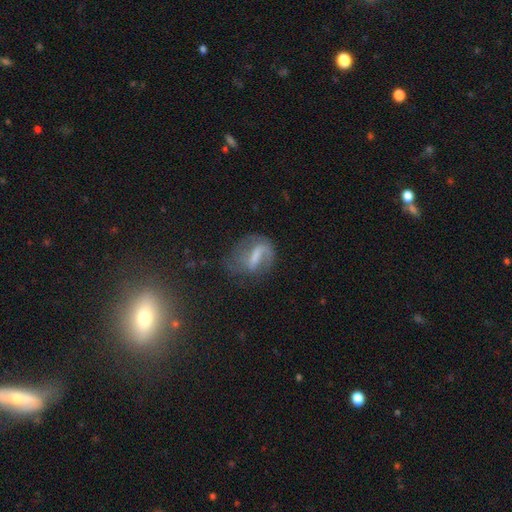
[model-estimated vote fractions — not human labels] Smooth or featured? featured or disk (57%)
Edge-on disk? no (92%)
Bar? strong (51%)
Spiral arms? yes (67%)
Bulge size? none (38%)
Merging? none (47%)